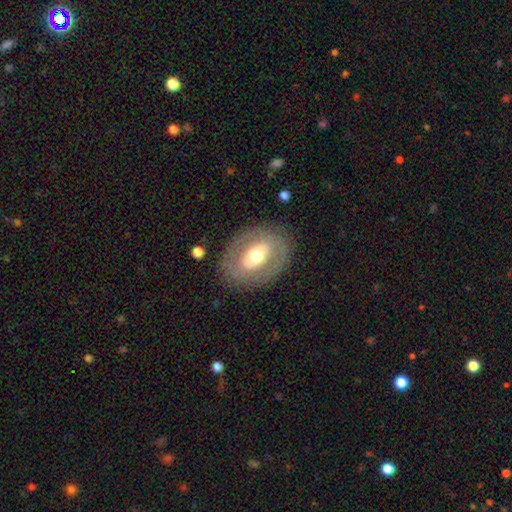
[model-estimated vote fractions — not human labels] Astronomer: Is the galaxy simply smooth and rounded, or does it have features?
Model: featured or disk — 54% (runner-up: smooth, 40%).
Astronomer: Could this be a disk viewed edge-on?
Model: no — 90%.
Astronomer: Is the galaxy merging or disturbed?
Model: none — 81%.